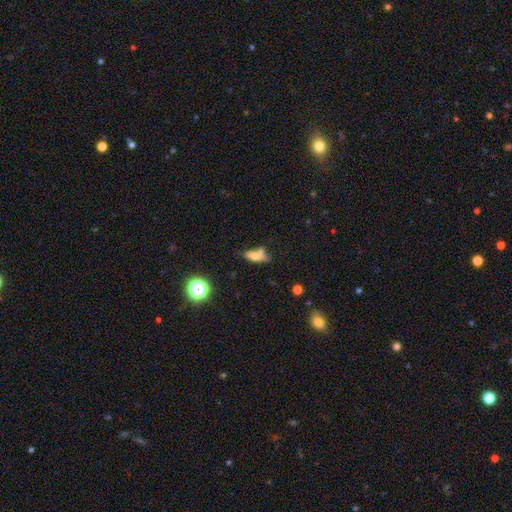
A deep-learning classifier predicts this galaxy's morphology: smooth-or-featured: smooth: 59% | featured or disk: 28% | star or artifact: 12%
  how-rounded: in between: 60% | cigar-shaped: 34% | round: 6%
  merging: none: 43% | merger: 28% | minor disturbance: 20% | major disturbance: 9%